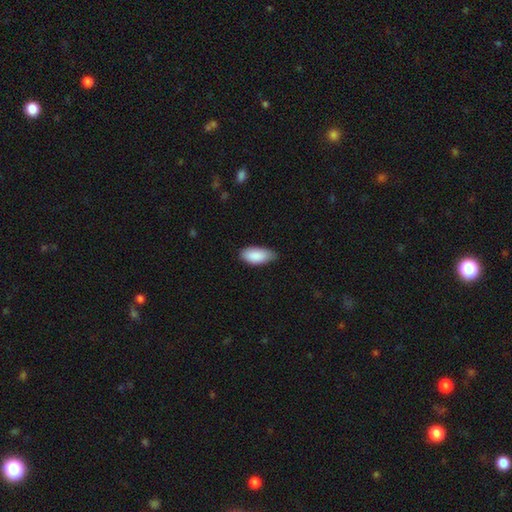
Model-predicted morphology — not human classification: This is clearly a smooth galaxy (89%). How rounded: clearly in between (92%). Merging: likely none (72%).